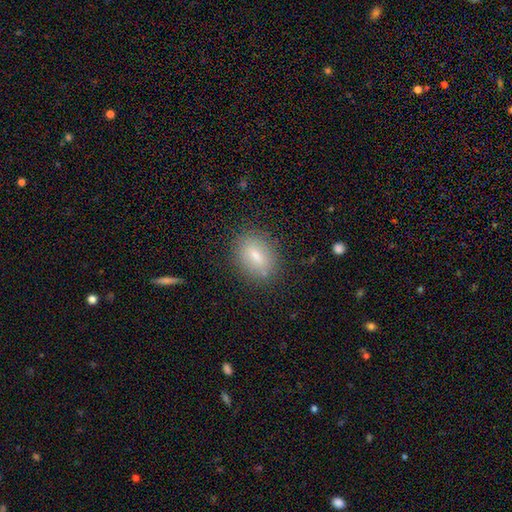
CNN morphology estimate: A smooth galaxy with no disk features (73%) that is in between round and cigar-shaped (74%). Merging: none (82%).